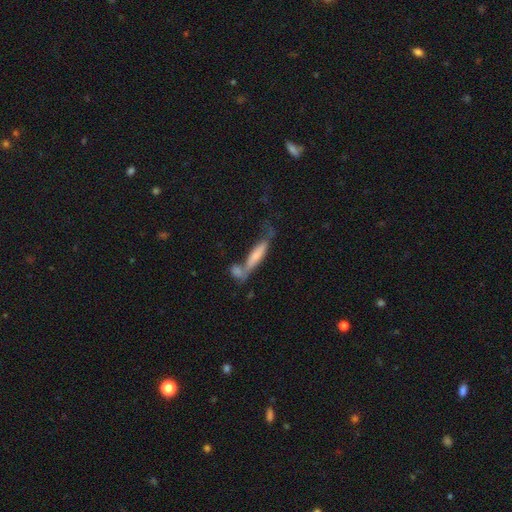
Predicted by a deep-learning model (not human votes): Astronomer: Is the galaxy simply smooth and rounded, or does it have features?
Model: smooth — 60%.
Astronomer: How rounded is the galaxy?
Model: cigar-shaped — 78%.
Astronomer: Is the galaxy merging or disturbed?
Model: merger — 38% (runner-up: none, 36%).